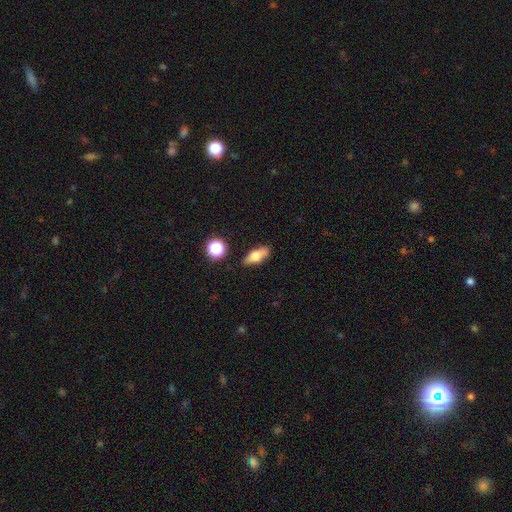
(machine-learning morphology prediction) Smooth or featured: smooth — 64% (featured or disk — 27%)
How rounded: in between — 65% (cigar-shaped — 28%)
Merging: none — 82% (minor disturbance — 12%)